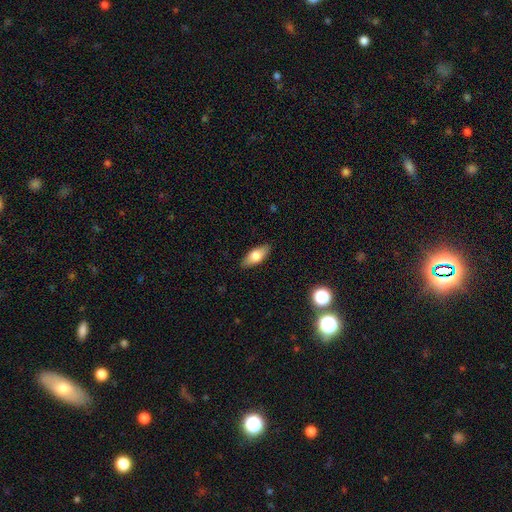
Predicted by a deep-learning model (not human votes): Smooth or featured? smooth (71%)
How rounded? in between (80%)
Merging? none (88%)